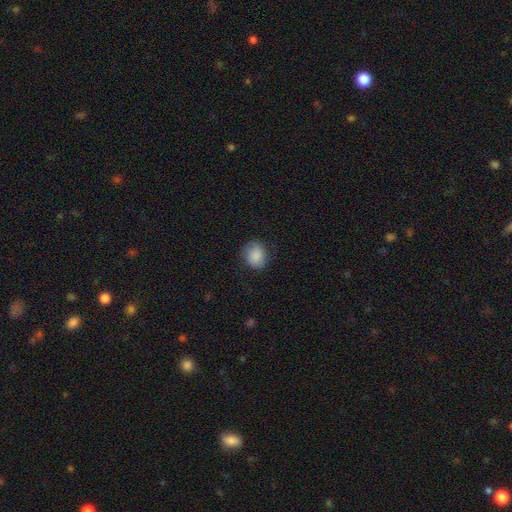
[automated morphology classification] Smooth or featured? smooth (84%)
How rounded? round (60%)
Merging? none (76%)